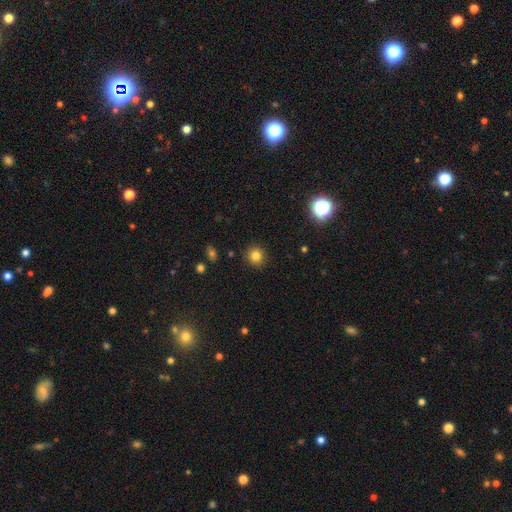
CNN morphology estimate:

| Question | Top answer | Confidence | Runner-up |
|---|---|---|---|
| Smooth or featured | smooth | 80% | star or artifact (13%) |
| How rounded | round | 90% | in between (9%) |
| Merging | none | 90% | minor disturbance (6%) |